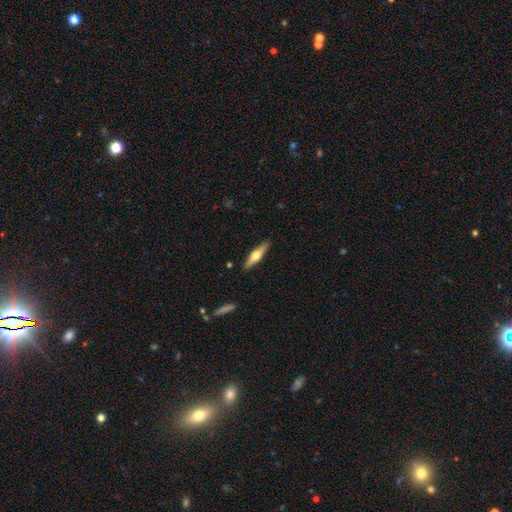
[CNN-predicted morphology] This is possibly a featured or disk galaxy (53%). It is clearly viewed edge-on (95%). Edge-on bulge: clearly rounded (93%). Merging: clearly none (90%).